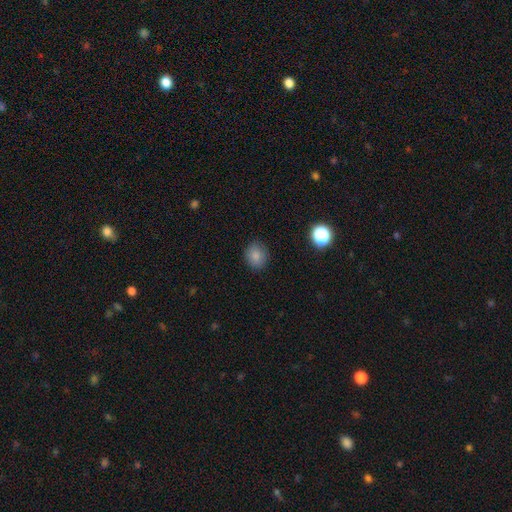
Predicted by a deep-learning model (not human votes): Morphology: type=smooth (83%); roundness=round (66%); merging=none (86%).